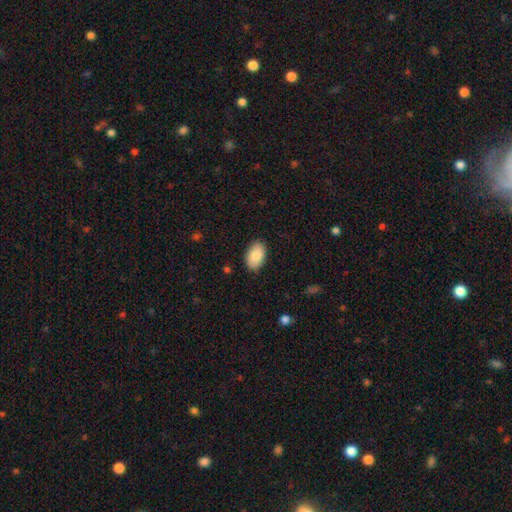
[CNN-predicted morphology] This appears to be a smooth galaxy with no disk features (88%) that is in between round and cigar-shaped (93%). Merging: none (88%).